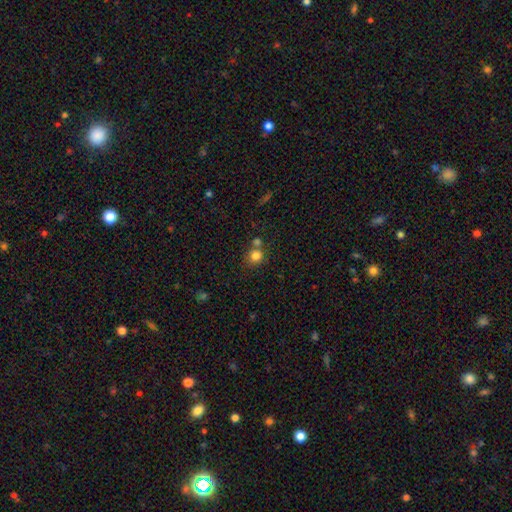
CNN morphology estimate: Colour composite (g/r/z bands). It shows a smooth galaxy with no disk features (82%) that is round (86%). Merging: none (62%).